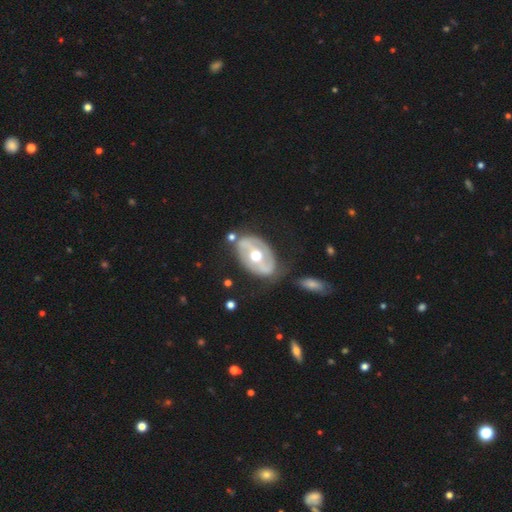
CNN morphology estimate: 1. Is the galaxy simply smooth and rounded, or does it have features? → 70% featured or disk, 25% smooth, 5% star or artifact.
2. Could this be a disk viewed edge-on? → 93% no, 7% yes.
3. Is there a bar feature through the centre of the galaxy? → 42% no, 30% weak, 28% strong.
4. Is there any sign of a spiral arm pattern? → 57% no, 43% yes.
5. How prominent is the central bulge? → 77% moderate, 12% large, 9% small, 1% dominant, 1% none.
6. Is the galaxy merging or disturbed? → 64% none, 19% minor disturbance, 9% major disturbance, 8% merger.